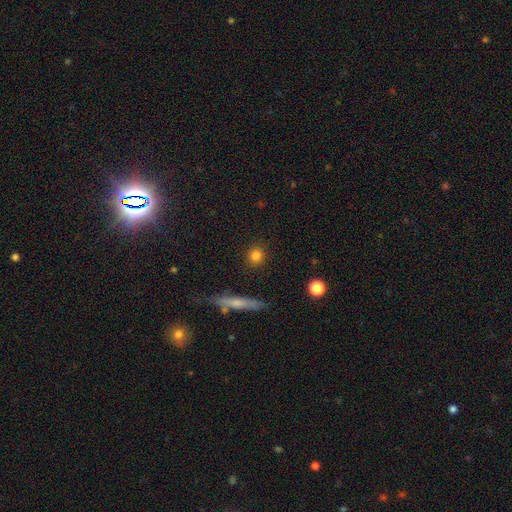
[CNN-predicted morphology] smooth_or_featured: smooth (p=0.82) [alt: star or artifact p=0.11]
how_rounded: round (p=0.87) [alt: in between p=0.09]
merging: none (p=0.89) [alt: minor disturbance p=0.06]